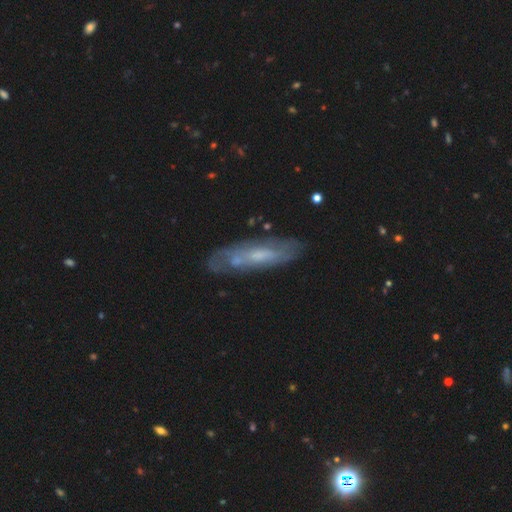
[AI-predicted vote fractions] smooth_or_featured: featured or disk (p=0.63) [alt: smooth p=0.26]
disk_edge_on: no (p=0.64) [alt: yes p=0.36]
merging: none (p=0.78) [alt: minor disturbance p=0.15]